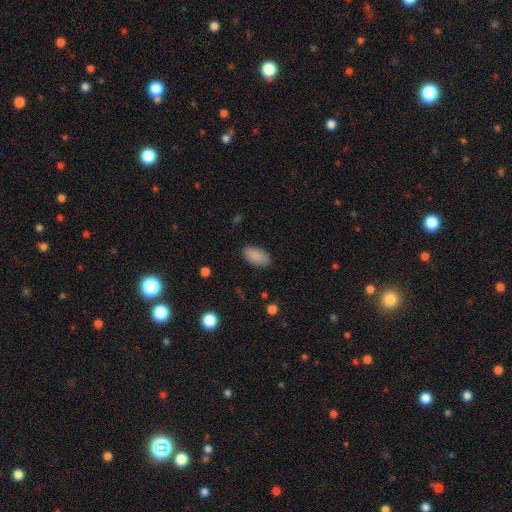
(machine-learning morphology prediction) smooth 88%, star or artifact 7%, featured or disk 5%. Down the decision tree: how rounded — in between (94%); merging — none (86%).